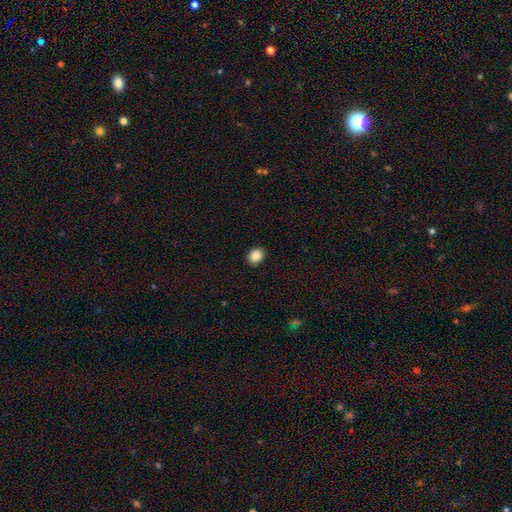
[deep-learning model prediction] Smooth or featured: smooth — 87% (star or artifact — 9%)
How rounded: round — 56% (in between — 44%)
Merging: none — 89% (minor disturbance — 8%)